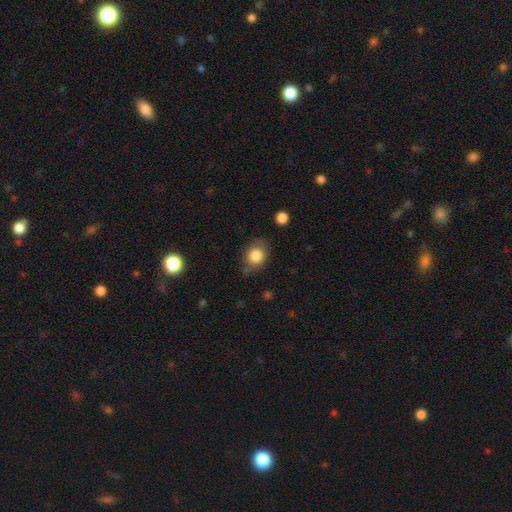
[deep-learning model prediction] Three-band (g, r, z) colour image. It shows a smooth galaxy with no disk features (83%) that is round (56%). Merging: none (74%).